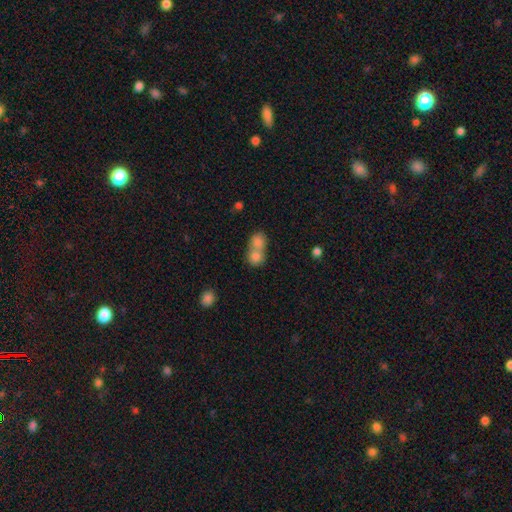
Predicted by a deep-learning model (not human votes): A smooth galaxy with no disk features (79%) that is round (69%).

Vote fractions:
- Smooth or featured? smooth: 79% / featured or disk: 12% / star or artifact: 9%
- How rounded? round: 69% / in between: 30% / cigar-shaped: 1%
- Merging? merger: 69% / none: 24% / minor disturbance: 4% / major disturbance: 2%